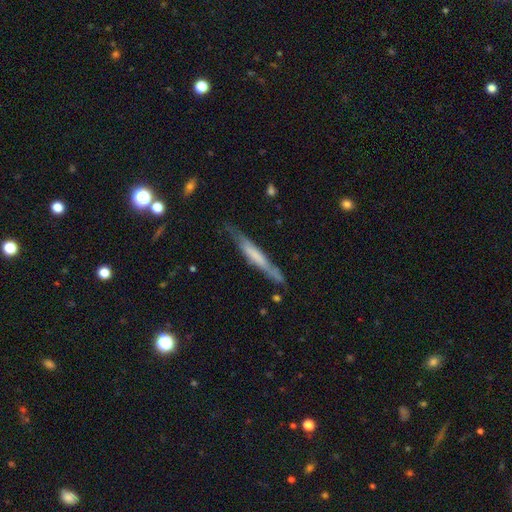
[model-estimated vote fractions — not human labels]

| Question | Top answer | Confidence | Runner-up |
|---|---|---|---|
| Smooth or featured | featured or disk | 51% | smooth (43%) |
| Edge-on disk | yes | 87% | no (13%) |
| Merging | none | 70% | minor disturbance (22%) |